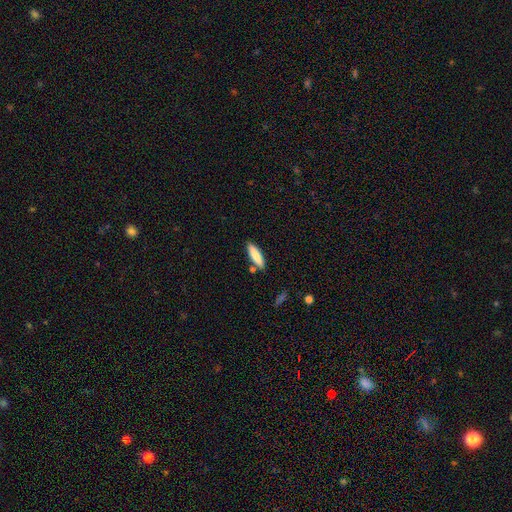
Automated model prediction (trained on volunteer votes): Smooth or featured?
  - smooth: 84% *
  - featured or disk: 11%
  - star or artifact: 6%
How rounded?
  - cigar-shaped: 68% *
  - in between: 30%
  - round: 2%
Merging?
  - none: 80% *
  - minor disturbance: 12%
  - merger: 7%
  - major disturbance: 2%